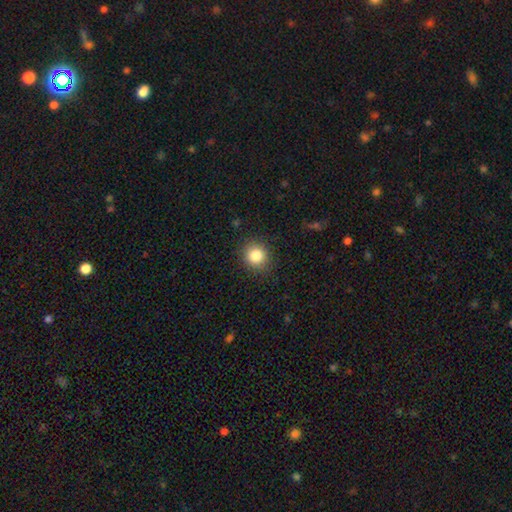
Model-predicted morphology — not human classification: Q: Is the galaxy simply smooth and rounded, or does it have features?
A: smooth — 83%.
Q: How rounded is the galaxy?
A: round — 86%.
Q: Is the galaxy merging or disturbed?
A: none — 88%.